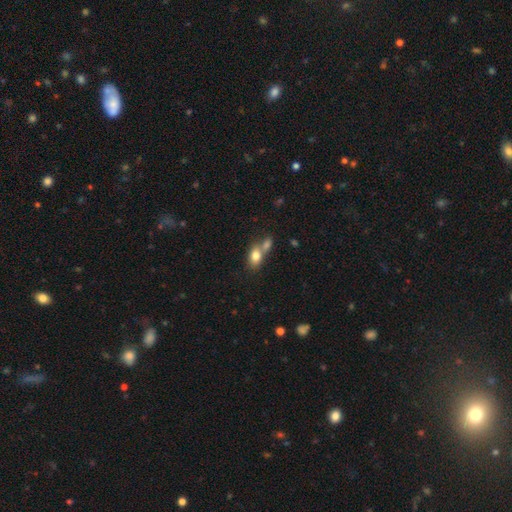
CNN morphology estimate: smooth_or_featured: smooth (p=0.80) [alt: featured or disk p=0.12]
how_rounded: in between (p=0.80) [alt: round p=0.17]
merging: merger (p=0.51) [alt: none p=0.35]